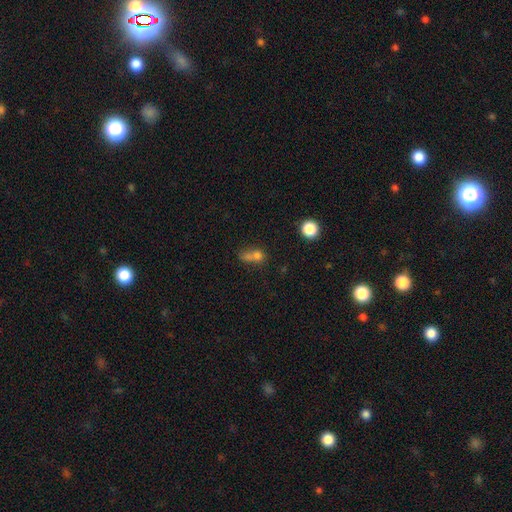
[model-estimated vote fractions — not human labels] Smooth or featured? Predicted: smooth (p=0.70). How rounded? Predicted: round (p=0.61). Merging? Predicted: merger (p=0.55).